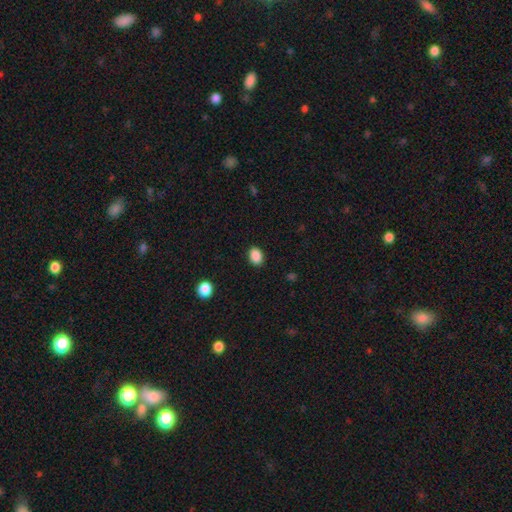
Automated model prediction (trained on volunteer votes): This is clearly a smooth galaxy (88%). How rounded: likely in between (72%). Merging: clearly none (88%).